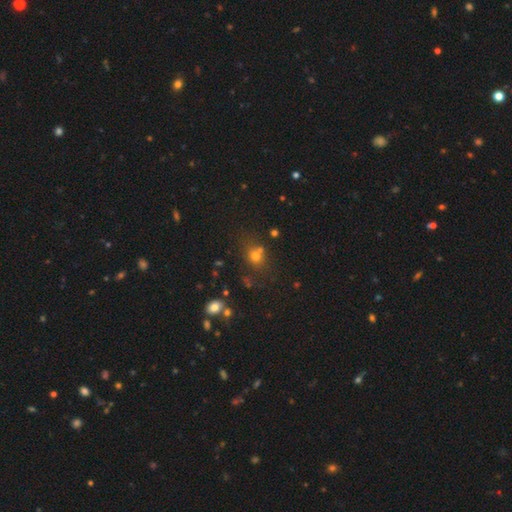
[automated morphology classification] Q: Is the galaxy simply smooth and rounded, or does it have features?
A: smooth — 68%.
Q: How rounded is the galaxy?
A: round — 74%.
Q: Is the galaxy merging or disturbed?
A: none — 61%.